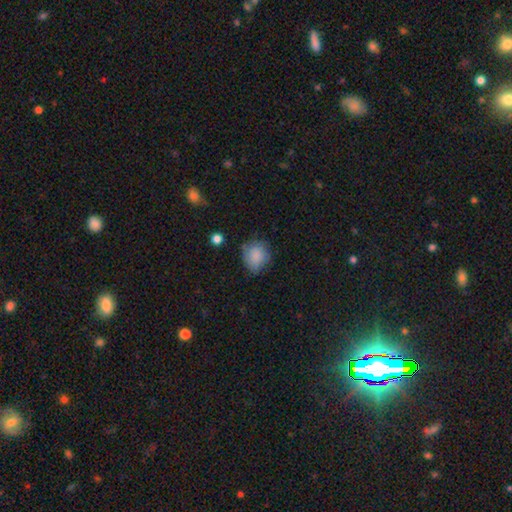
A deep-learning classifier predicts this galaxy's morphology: The model was most divided on "merging": none: 62%, minor disturbance: 28%, major disturbance: 7%, merger: 3%. More confident: smooth or featured — smooth (84%); how rounded — round (68%).